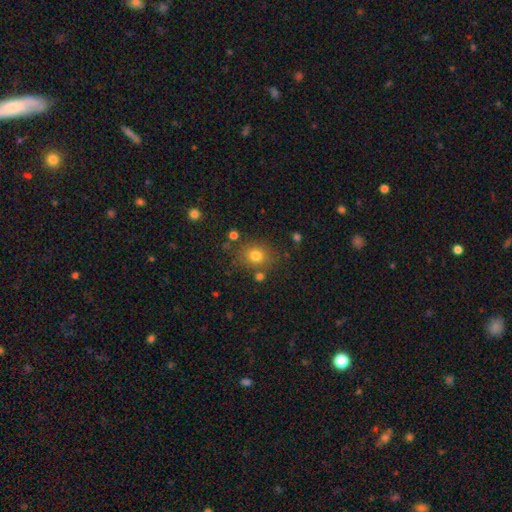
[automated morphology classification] type=smooth (76%); roundness=round (69%); merging=none (78%).